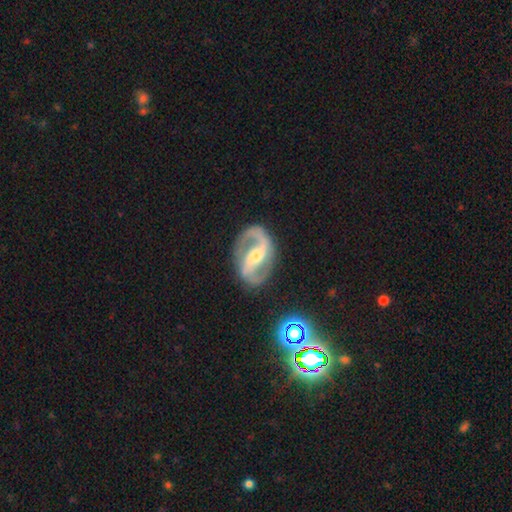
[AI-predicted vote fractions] A featured or disk galaxy (89%) with a strong bar (56%), 2 (93%) medium (51%) spiral arms (96%) and a moderate central bulge (56%). Merging: none (83%).